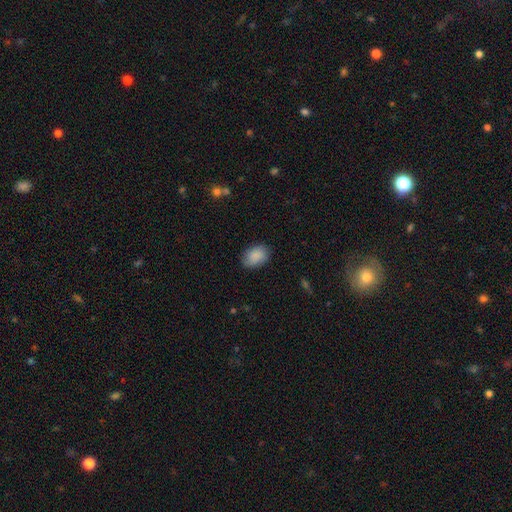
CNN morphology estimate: type=smooth (88%); roundness=in between (84%); merging=none (79%).